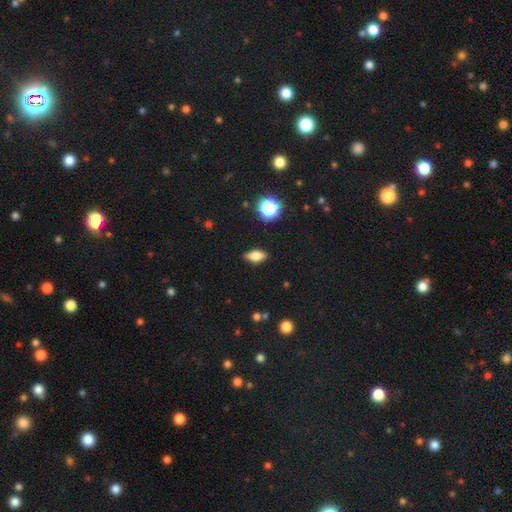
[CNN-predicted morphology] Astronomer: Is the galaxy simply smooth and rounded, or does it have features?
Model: smooth — 67%.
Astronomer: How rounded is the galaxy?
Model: in between — 75%.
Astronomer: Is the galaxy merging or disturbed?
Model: none — 87%.